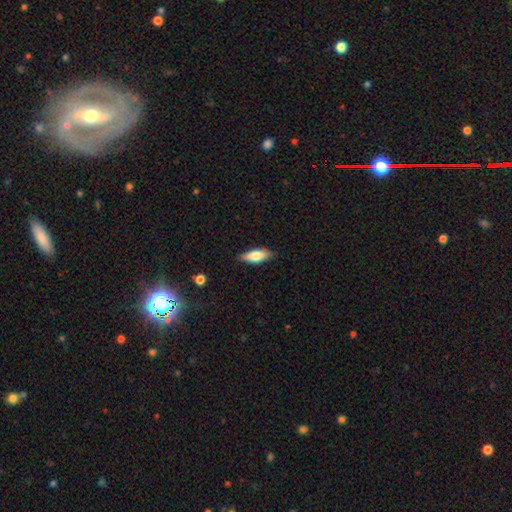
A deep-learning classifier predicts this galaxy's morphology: smooth 74%, featured or disk 19%, star or artifact 6%. Down the decision tree: how rounded — in between (66%); merging — none (82%).